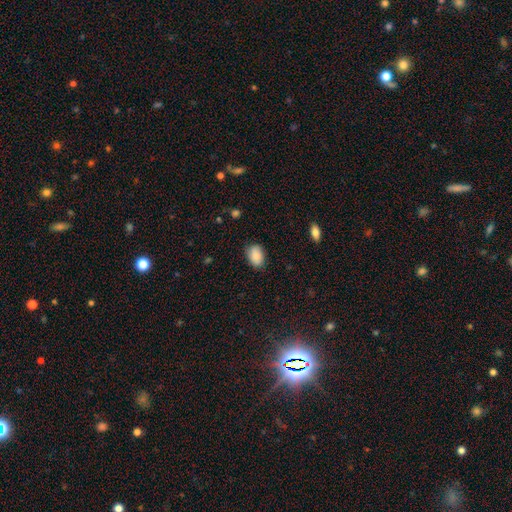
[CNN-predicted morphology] A smooth galaxy with no disk features (88%) that is in between round and cigar-shaped (81%). Merging: none (80%).